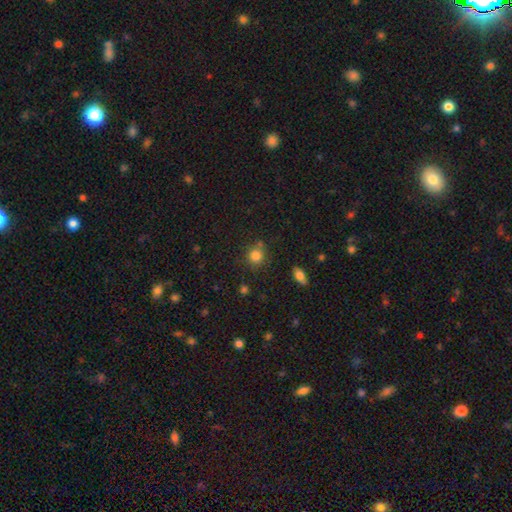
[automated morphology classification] Smooth or featured? smooth (82%)
How rounded? round (85%)
Merging? none (72%)